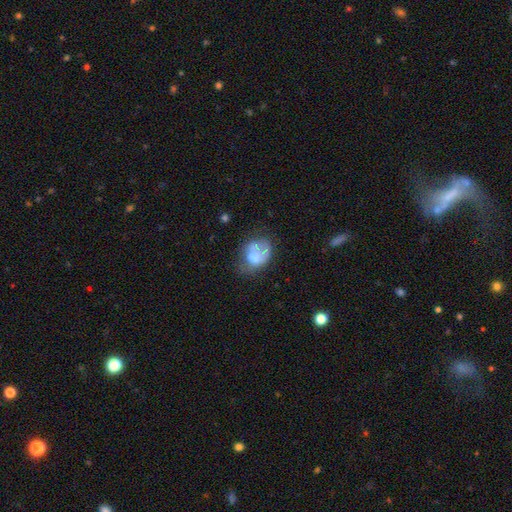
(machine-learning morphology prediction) Overall: smooth (54%; featured or disk 37%). How rounded: in between (61%; round 38%). Merging: none (30%; minor disturbance 27%).